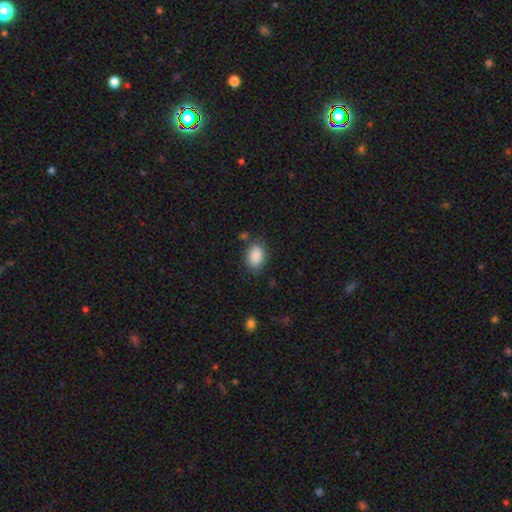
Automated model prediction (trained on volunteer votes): smooth_or_featured: smooth (p=0.89) [alt: star or artifact p=0.07]
how_rounded: in between (p=0.82) [alt: round p=0.16]
merging: none (p=0.75) [alt: minor disturbance p=0.17]